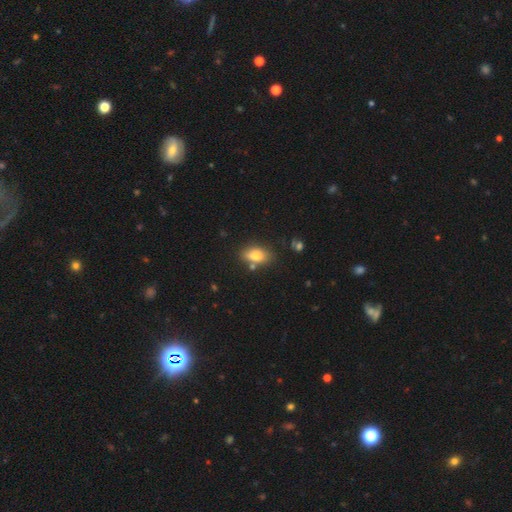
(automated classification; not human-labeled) A smooth galaxy with no disk features (78%) that is in between round and cigar-shaped (87%).

Vote fractions:
- Smooth or featured? smooth: 78% / featured or disk: 13% / star or artifact: 9%
- How rounded? in between: 87% / round: 9% / cigar-shaped: 4%
- Merging? none: 72% / minor disturbance: 14% / merger: 10% / major disturbance: 3%